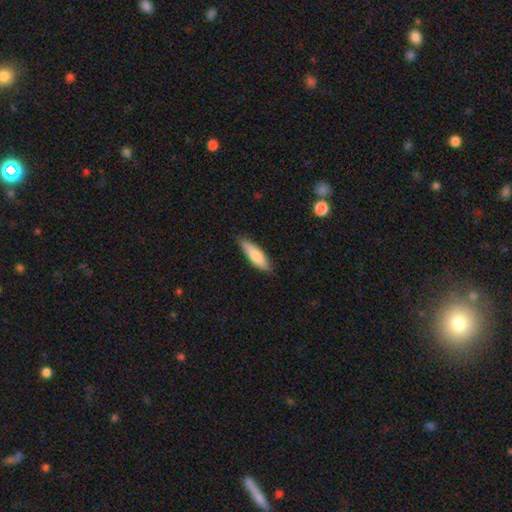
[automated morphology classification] The model was most divided on "how rounded": cigar-shaped: 60%, in between: 39%, round: 2%. More confident: merging — none (85%); smooth or featured — smooth (81%).